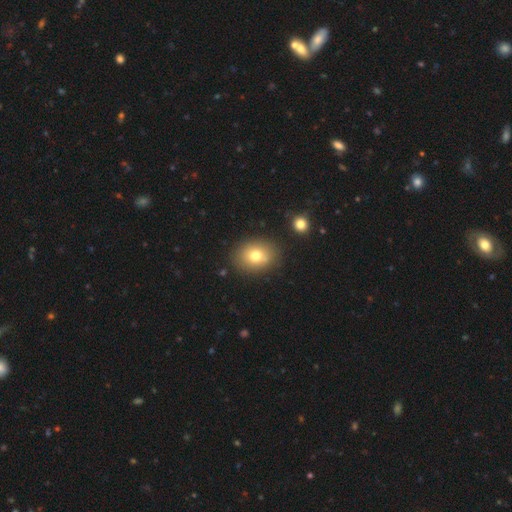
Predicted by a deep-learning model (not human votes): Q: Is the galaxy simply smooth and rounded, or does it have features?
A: smooth — 76%.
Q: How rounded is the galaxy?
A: in between — 53%.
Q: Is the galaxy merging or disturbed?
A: none — 82%.